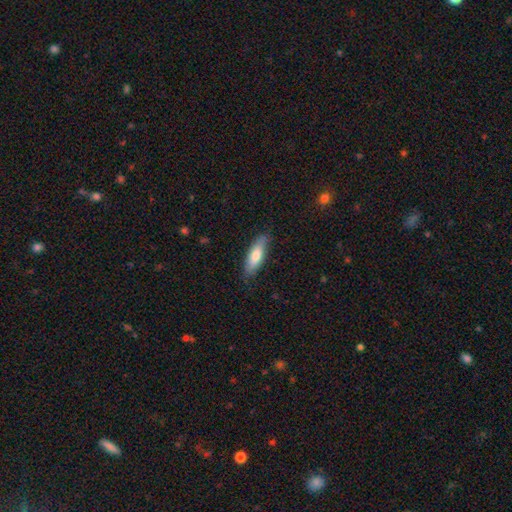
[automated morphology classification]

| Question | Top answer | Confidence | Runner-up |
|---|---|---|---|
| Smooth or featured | smooth | 75% | featured or disk (19%) |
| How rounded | in between | 50% | cigar-shaped (48%) |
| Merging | none | 82% | minor disturbance (14%) |